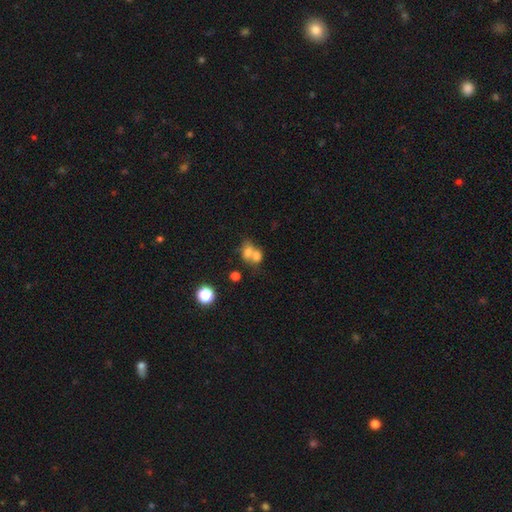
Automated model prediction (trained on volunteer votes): Overall: smooth (68%). How rounded: round (52%; in between 47%). Merging: merger (68%).